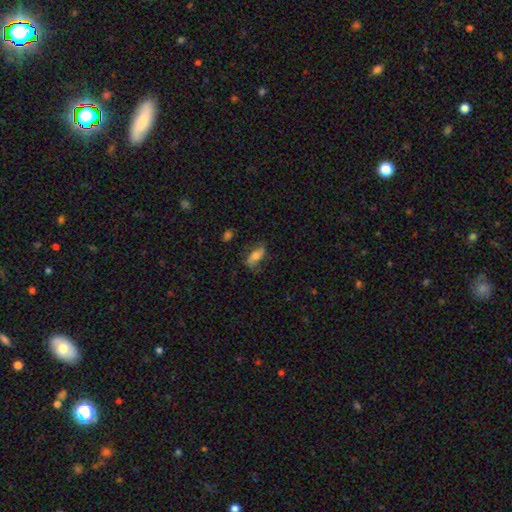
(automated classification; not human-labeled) Smooth or featured?
  - smooth: 67% *
  - featured or disk: 26%
  - star or artifact: 8%
How rounded?
  - in between: 70% *
  - cigar-shaped: 26%
  - round: 3%
Merging?
  - none: 67% *
  - minor disturbance: 23%
  - major disturbance: 8%
  - merger: 2%